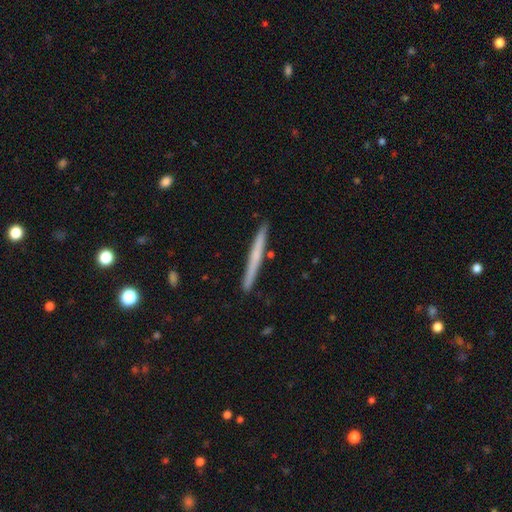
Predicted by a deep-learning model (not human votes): This appears to be a smooth galaxy with no disk features (51%) that is cigar-shaped (97%). Merging: none (91%).